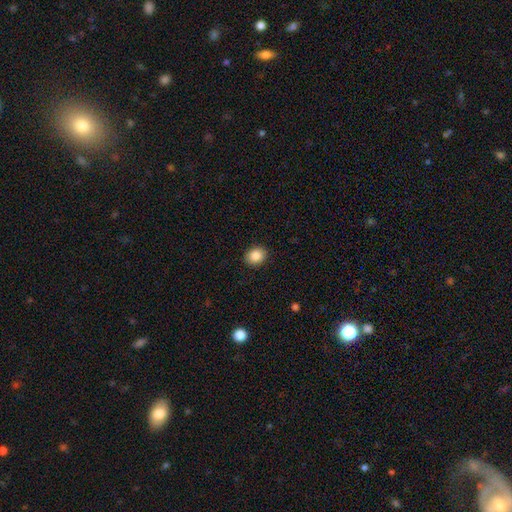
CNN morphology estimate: A smooth galaxy with no disk features (87%) that is round (54%). Merging: none (90%).